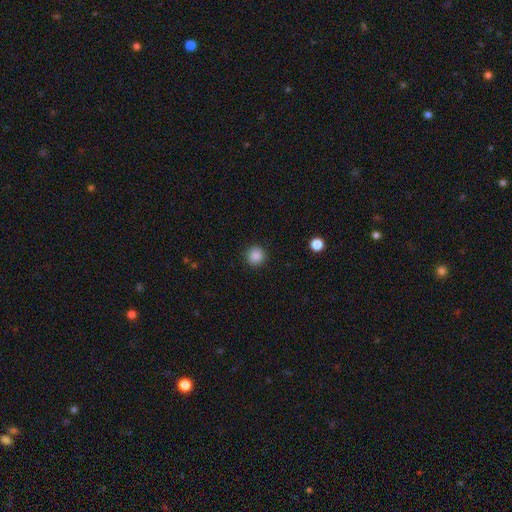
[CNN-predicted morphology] Q: Smooth or featured?
A: smooth (87%); runner-up: star or artifact (10%)
Q: How rounded?
A: round (94%); runner-up: in between (5%)
Q: Merging?
A: none (91%); runner-up: minor disturbance (6%)